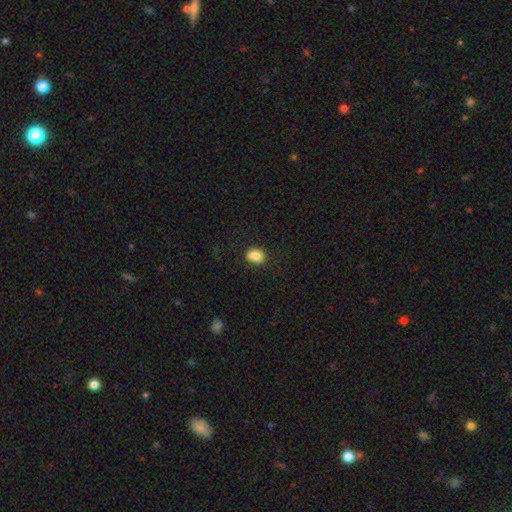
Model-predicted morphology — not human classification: A smooth galaxy with no disk features (84%) that is in between round and cigar-shaped (54%). Merging: none (75%).